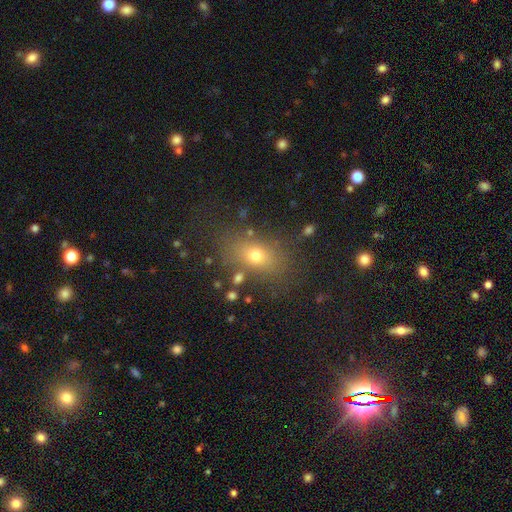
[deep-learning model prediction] This appears to be a smooth galaxy with no disk features (70%) that is in between round and cigar-shaped (73%). Merging: none (78%).